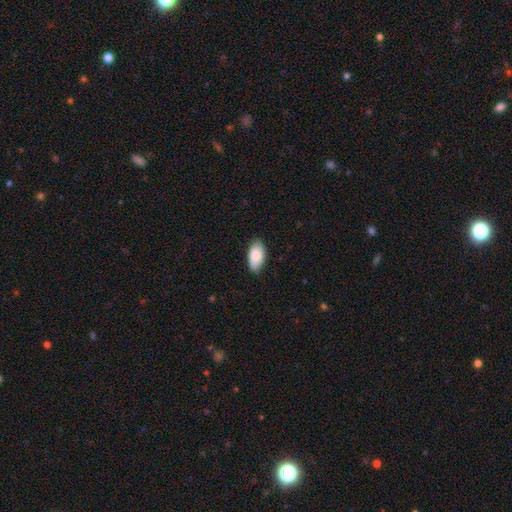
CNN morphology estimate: This is clearly a smooth galaxy (83%). How rounded: clearly in between (94%). Merging: clearly none (82%).